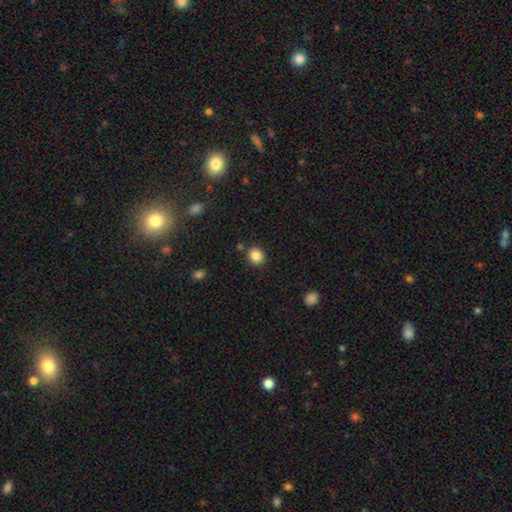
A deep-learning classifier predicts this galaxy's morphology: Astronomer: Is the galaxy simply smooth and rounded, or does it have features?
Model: smooth — 85%.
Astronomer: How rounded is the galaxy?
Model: round — 73%.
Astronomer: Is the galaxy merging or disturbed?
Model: none — 85%.